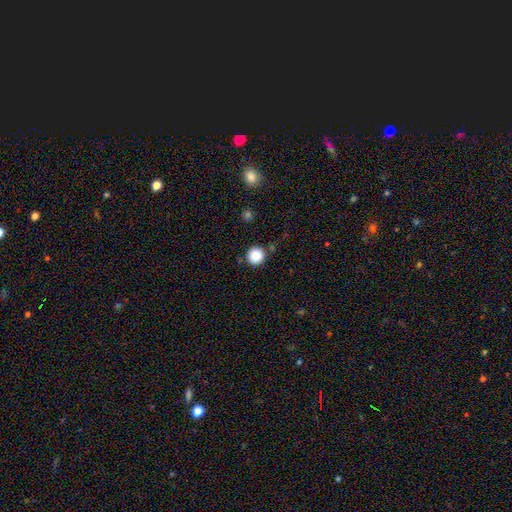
A smooth galaxy with no disk features (87%) that is round (100%).

Vote fractions:
- Smooth or featured? smooth: 87% / star or artifact: 10% / featured or disk: 3%
- How rounded? round: 100% / in between: 0% / cigar-shaped: 0%
- Merging? none: 89% / merger: 6% / minor disturbance: 3% / major disturbance: 3%